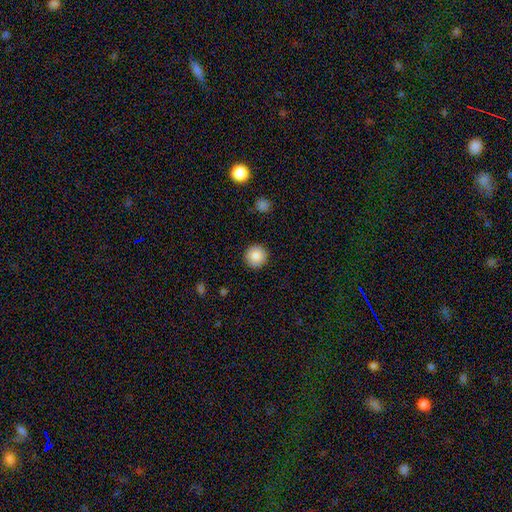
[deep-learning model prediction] This appears to be a smooth galaxy with no disk features (85%) that is round (95%). Merging: none (92%).